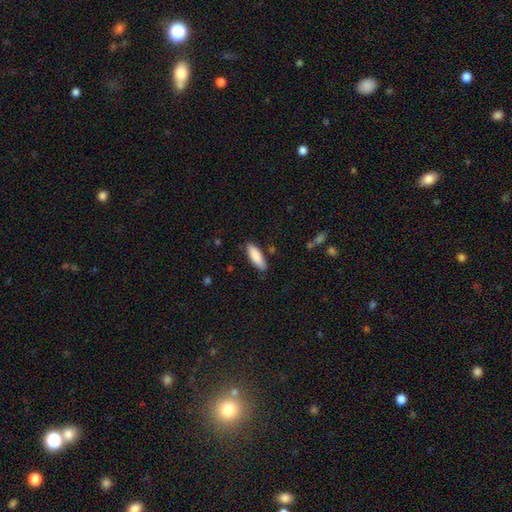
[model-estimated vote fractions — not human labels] smooth-or-featured: smooth: 85% | featured or disk: 9% | star or artifact: 6%
  how-rounded: in between: 56% | cigar-shaped: 42% | round: 1%
  merging: none: 84% | minor disturbance: 12% | major disturbance: 2% | merger: 2%